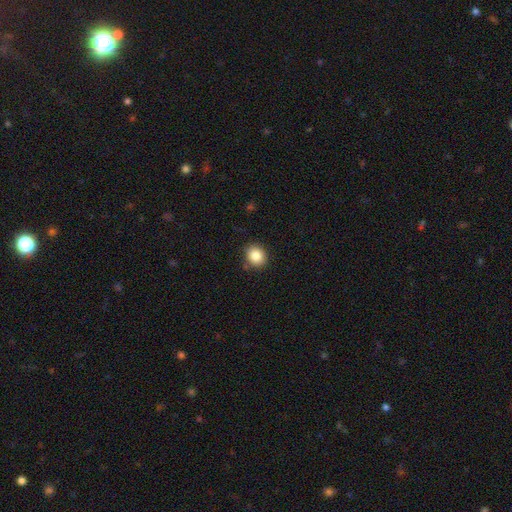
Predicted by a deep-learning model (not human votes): Q: Smooth or featured?
A: smooth (85%); runner-up: star or artifact (9%)
Q: How rounded?
A: round (68%); runner-up: in between (31%)
Q: Merging?
A: none (86%); runner-up: minor disturbance (10%)